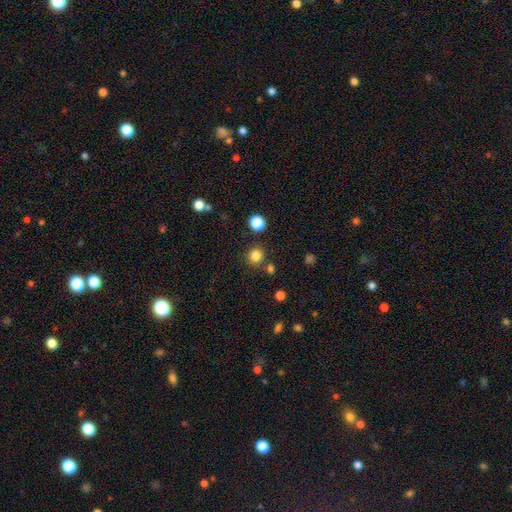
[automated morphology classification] This is clearly a smooth galaxy (83%). How rounded: clearly round (90%). Merging: clearly none (83%).